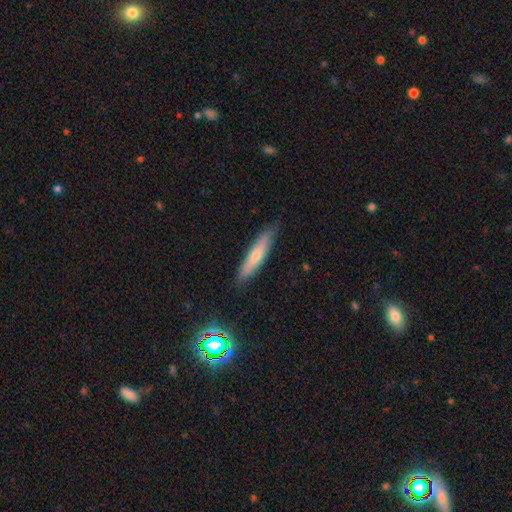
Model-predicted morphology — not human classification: type=smooth (63%); roundness=cigar-shaped (86%); merging=none (83%).